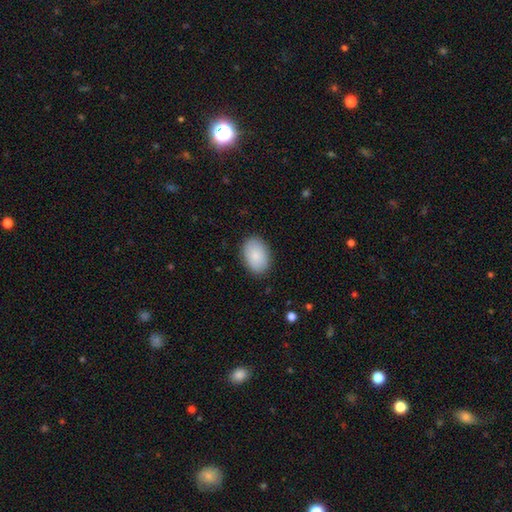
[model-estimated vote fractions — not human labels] A smooth galaxy with no disk features (87%) that is in between round and cigar-shaped (87%). Merging: none (87%).